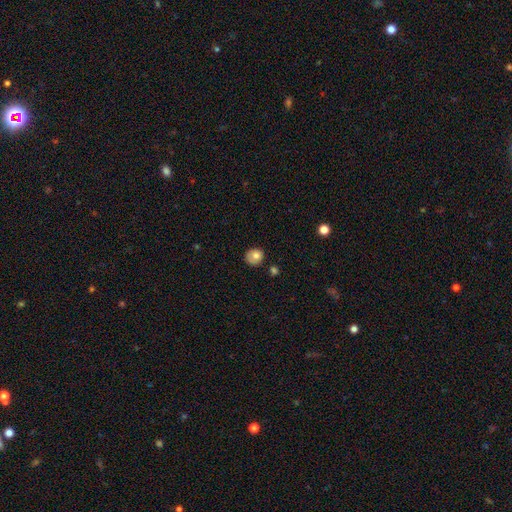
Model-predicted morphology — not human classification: A smooth galaxy with no disk features (76%) that is round (84%). Merging: none (78%).